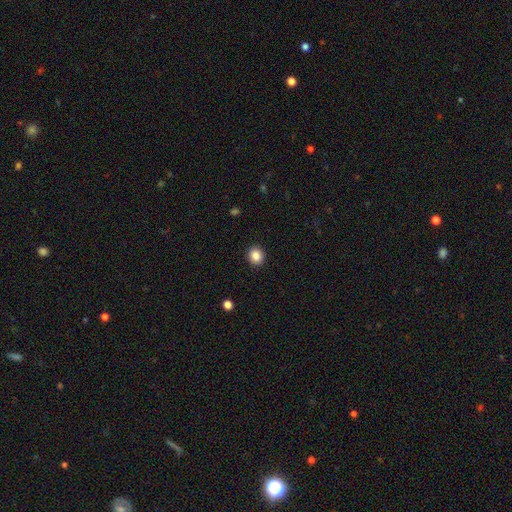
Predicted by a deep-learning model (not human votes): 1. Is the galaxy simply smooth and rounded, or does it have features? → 87% smooth, 10% star or artifact, 4% featured or disk.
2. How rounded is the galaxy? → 79% round, 21% in between, 1% cigar-shaped.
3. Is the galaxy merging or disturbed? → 92% none, 5% minor disturbance, 2% major disturbance, 1% merger.